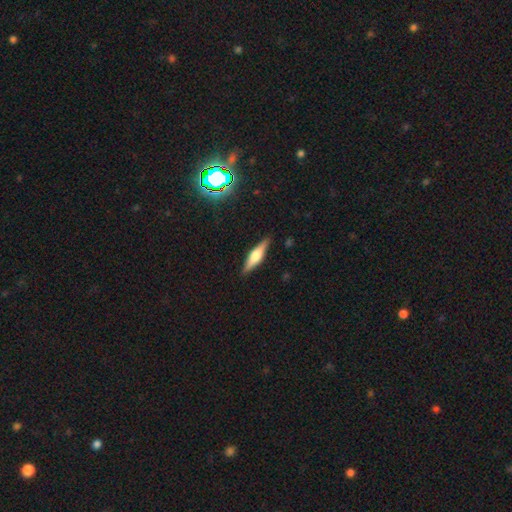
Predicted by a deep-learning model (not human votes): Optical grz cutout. It shows a featured or disk galaxy (52%) viewed edge-on (95%). Merging: none (89%).